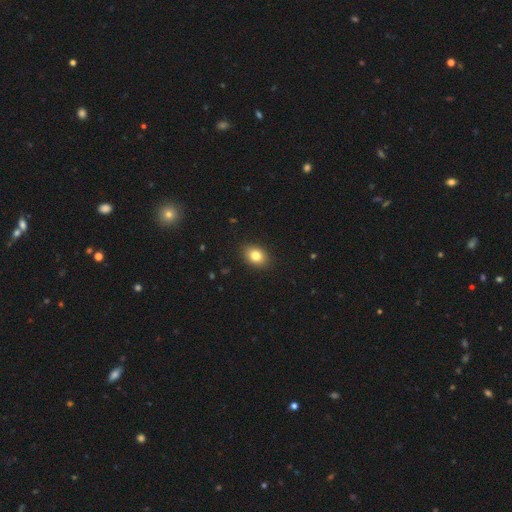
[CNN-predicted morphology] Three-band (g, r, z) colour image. It shows a smooth galaxy with no disk features (82%) that is in between round and cigar-shaped (69%). Merging: none (90%).